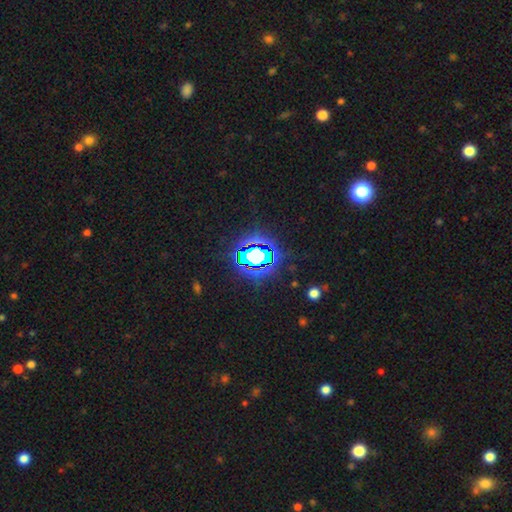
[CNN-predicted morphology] smooth-or-featured: star or artifact: 73% | smooth: 15% | featured or disk: 12%